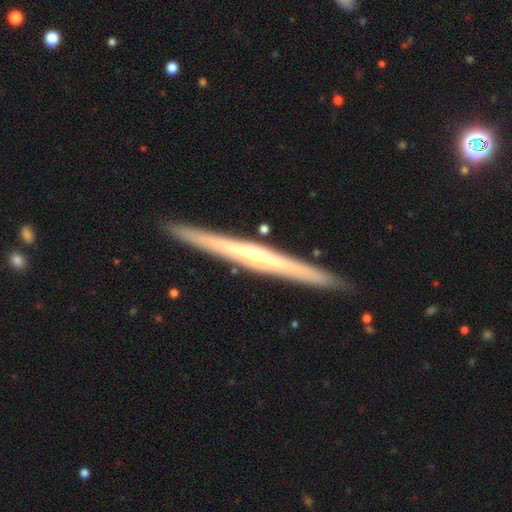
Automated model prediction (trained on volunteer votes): featured or disk 74%, smooth 21%, star or artifact 5%. Down the decision tree: edge-on disk — yes (98%); edge-on bulge — rounded (48%); merging — none (91%).